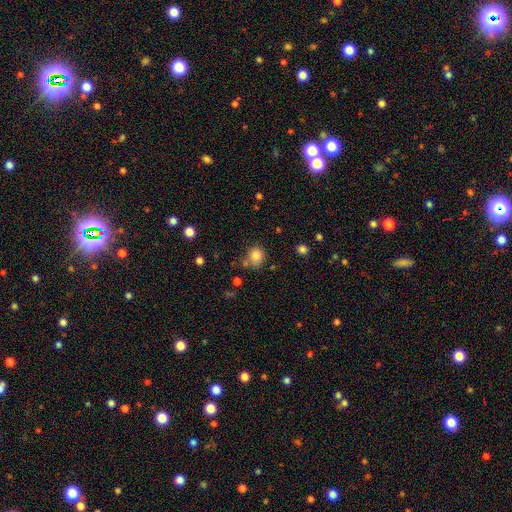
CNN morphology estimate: Smooth or featured: smooth — 84% (star or artifact — 11%)
How rounded: round — 73% (in between — 26%)
Merging: none — 65% (minor disturbance — 19%)